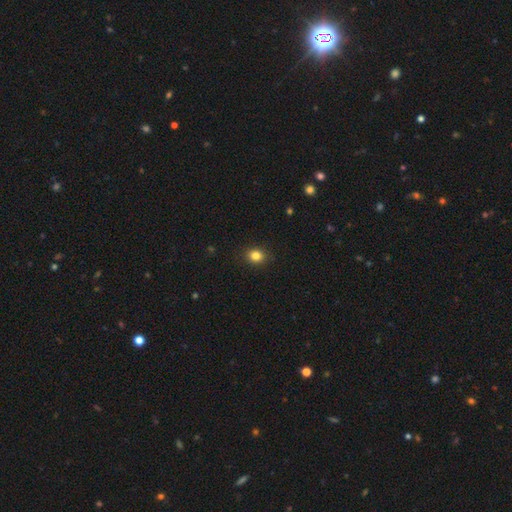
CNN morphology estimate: Smooth or featured?
  - smooth: 83% *
  - star or artifact: 12%
  - featured or disk: 5%
How rounded?
  - round: 66% *
  - in between: 33%
  - cigar-shaped: 1%
Merging?
  - none: 89% *
  - minor disturbance: 8%
  - major disturbance: 2%
  - merger: 1%